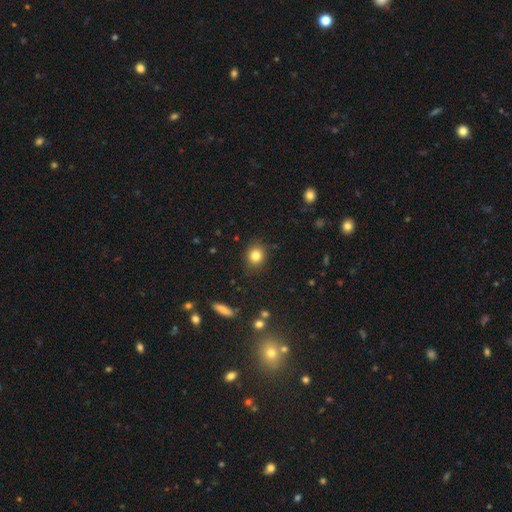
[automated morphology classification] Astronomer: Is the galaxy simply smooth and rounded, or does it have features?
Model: smooth — 82%.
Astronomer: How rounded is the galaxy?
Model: round — 78%.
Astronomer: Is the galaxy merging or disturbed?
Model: none — 88%.